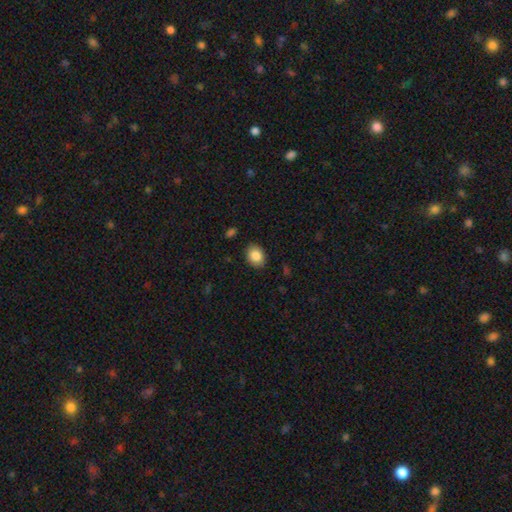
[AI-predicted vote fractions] Overall: smooth (86%). How rounded: in between (61%; round 38%). Merging: none (88%).